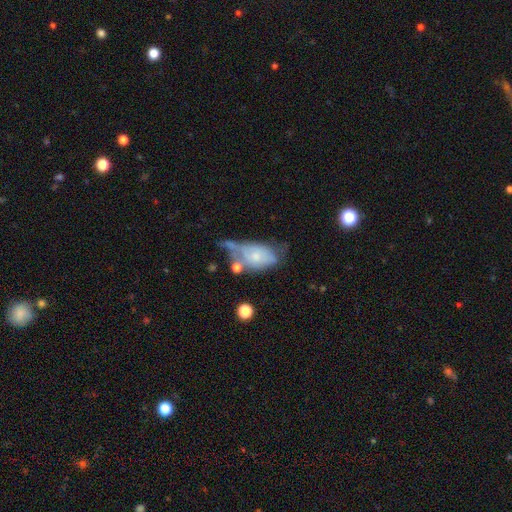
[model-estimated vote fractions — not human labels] Morphology: type=smooth (54%); roundness=in between (88%); merging=major disturbance (31%).